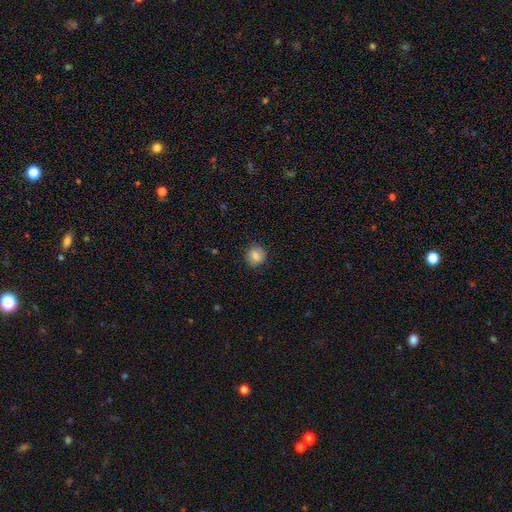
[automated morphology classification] A smooth galaxy with no disk features (77%) that is round (88%).

Vote fractions:
- Smooth or featured? smooth: 77% / featured or disk: 14% / star or artifact: 9%
- How rounded? round: 88% / in between: 11% / cigar-shaped: 1%
- Merging? none: 87% / minor disturbance: 9% / major disturbance: 2% / merger: 1%